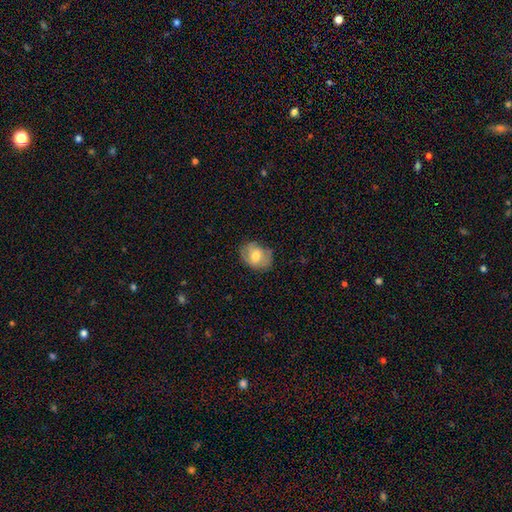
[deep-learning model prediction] This is possibly a smooth galaxy (59%). How rounded: possibly in between (56%). Merging: likely none (70%).